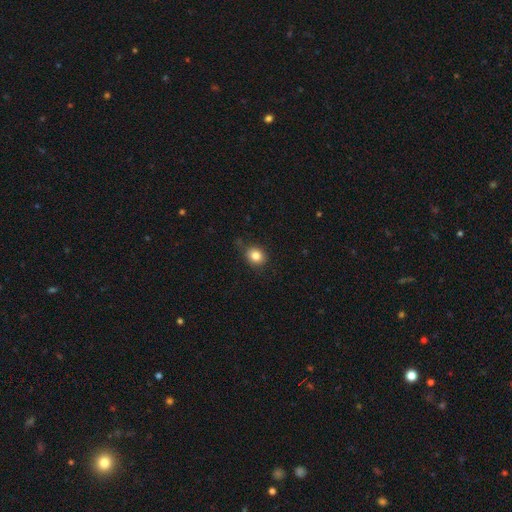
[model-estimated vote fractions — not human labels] smooth 83%, star or artifact 10%, featured or disk 6%. Down the decision tree: how rounded — round (67%); merging — none (81%).